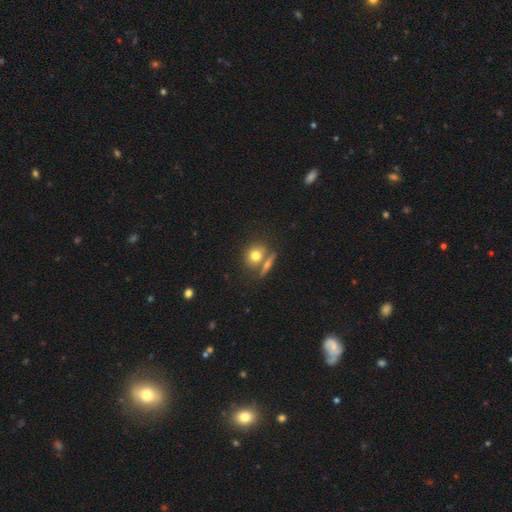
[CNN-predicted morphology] A smooth galaxy with no disk features (75%) that is round (65%).

Vote fractions:
- Smooth or featured? smooth: 75% / featured or disk: 15% / star or artifact: 10%
- How rounded? round: 65% / in between: 31% / cigar-shaped: 4%
- Merging? none: 54% / merger: 30% / minor disturbance: 11% / major disturbance: 5%